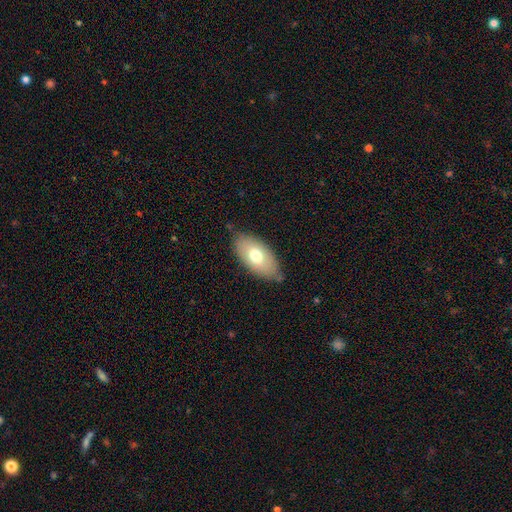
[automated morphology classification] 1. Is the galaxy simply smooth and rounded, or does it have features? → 70% smooth, 24% featured or disk, 7% star or artifact.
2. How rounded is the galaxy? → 93% in between, 4% round, 4% cigar-shaped.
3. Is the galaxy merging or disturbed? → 75% none, 19% minor disturbance, 4% major disturbance, 2% merger.